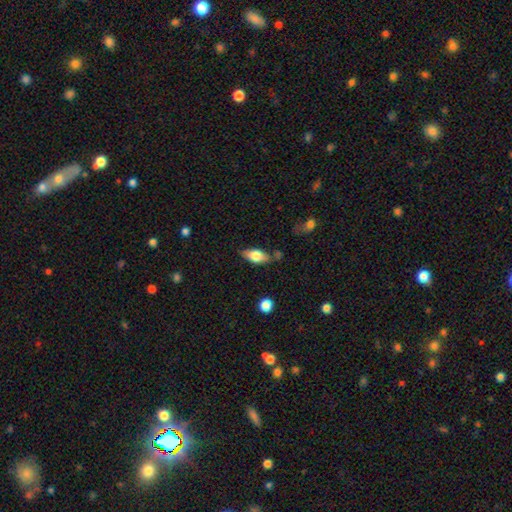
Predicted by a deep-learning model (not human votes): Q: Smooth or featured?
A: smooth (69%); runner-up: featured or disk (24%)
Q: How rounded?
A: in between (86%); runner-up: cigar-shaped (10%)
Q: Merging?
A: none (69%); runner-up: minor disturbance (21%)